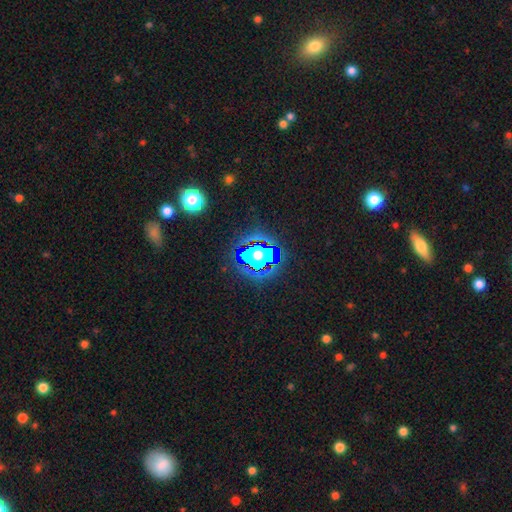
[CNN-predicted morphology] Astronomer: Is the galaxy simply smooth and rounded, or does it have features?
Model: star or artifact — 59%.